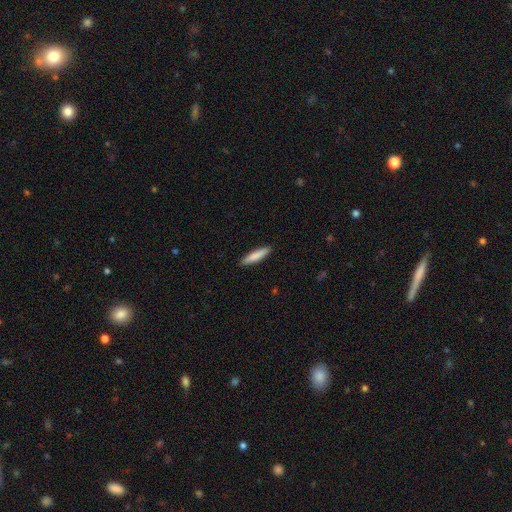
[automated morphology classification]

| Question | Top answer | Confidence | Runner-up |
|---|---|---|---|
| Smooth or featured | smooth | 83% | featured or disk (12%) |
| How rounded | cigar-shaped | 84% | in between (15%) |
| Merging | none | 90% | minor disturbance (7%) |